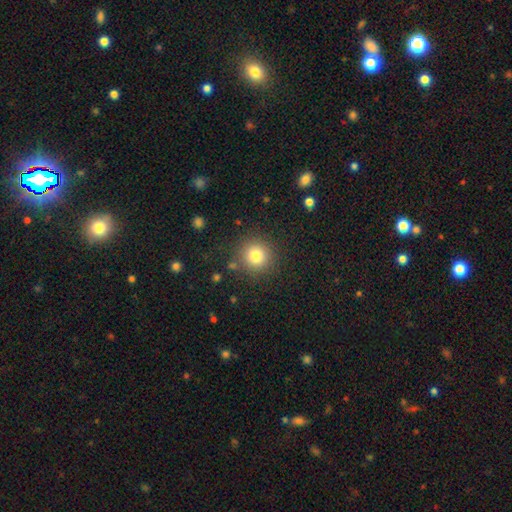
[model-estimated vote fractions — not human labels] Q: Smooth or featured?
A: smooth (79%); runner-up: star or artifact (13%)
Q: How rounded?
A: round (94%); runner-up: in between (5%)
Q: Merging?
A: none (86%); runner-up: minor disturbance (8%)